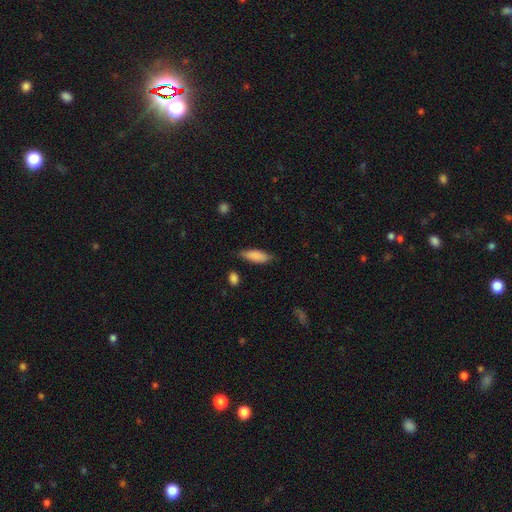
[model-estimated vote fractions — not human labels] A smooth galaxy with no disk features (87%) that is in between round and cigar-shaped (68%). Merging: none (76%).